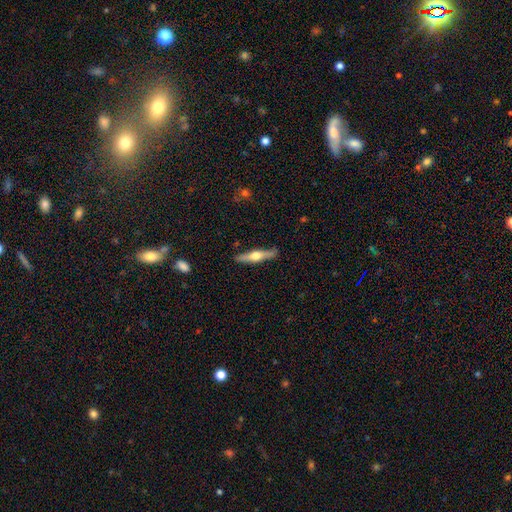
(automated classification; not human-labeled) A featured or disk galaxy (63%) viewed edge-on (96%) with a rounded central bulge (94%).

Vote fractions:
- Smooth or featured? featured or disk: 63% / smooth: 32% / star or artifact: 5%
- Edge-on disk? yes: 96% / no: 4%
- Edge-on bulge? rounded: 94% / boxy: 4% / none: 3%
- Merging? none: 88% / minor disturbance: 9% / major disturbance: 2% / merger: 1%